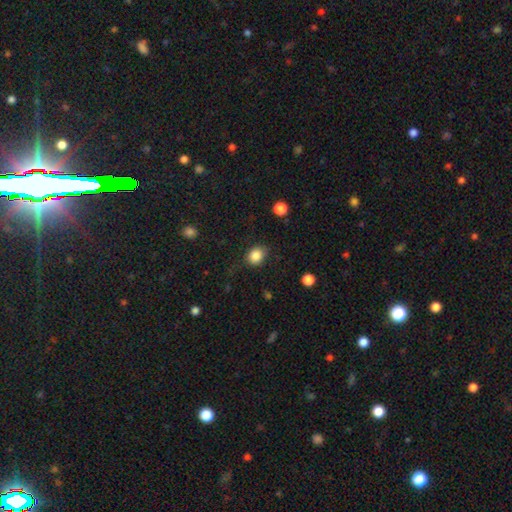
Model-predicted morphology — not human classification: smooth_or_featured: smooth (p=0.85) [alt: star or artifact p=0.10]
how_rounded: round (p=0.57) [alt: in between p=0.42]
merging: none (p=0.78) [alt: minor disturbance p=0.16]